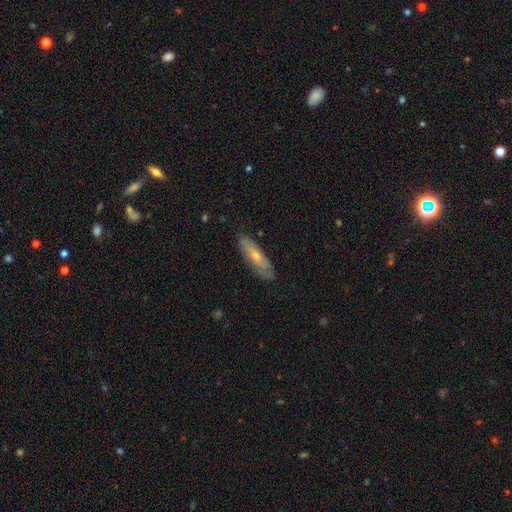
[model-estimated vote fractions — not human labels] Q: Smooth or featured?
A: featured or disk (48%); runner-up: smooth (45%)
Q: Merging?
A: none (83%); runner-up: minor disturbance (13%)